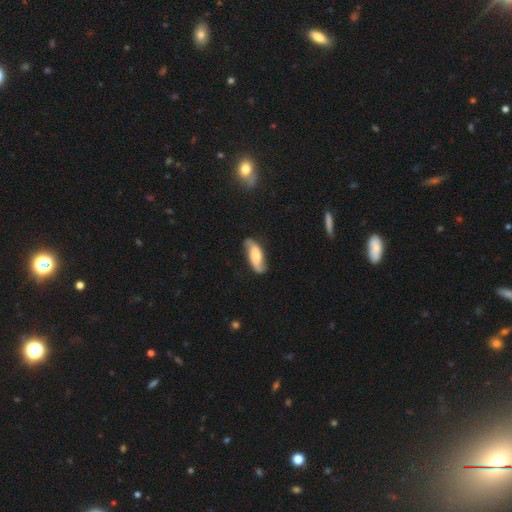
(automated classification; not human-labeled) A featured or disk galaxy (54%).

Vote fractions:
- Smooth or featured? featured or disk: 54% / smooth: 40% / star or artifact: 6%
- Edge-on disk? no: 84% / yes: 16%
- Merging? none: 77% / minor disturbance: 17% / major disturbance: 4% / merger: 2%